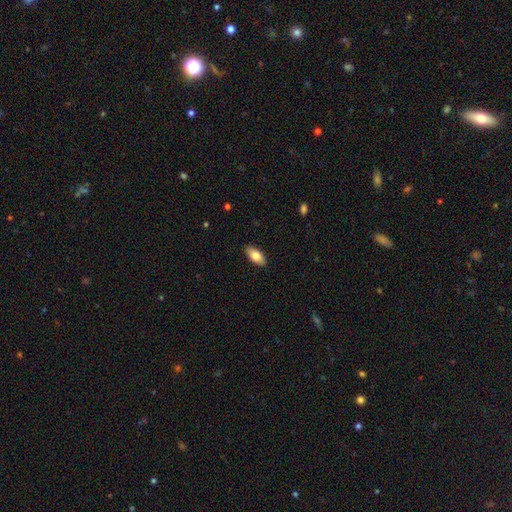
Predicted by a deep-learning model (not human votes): The model was most divided on "smooth or featured": smooth: 79%, featured or disk: 14%, star or artifact: 6%. More confident: merging — none (90%); how rounded — in between (89%).